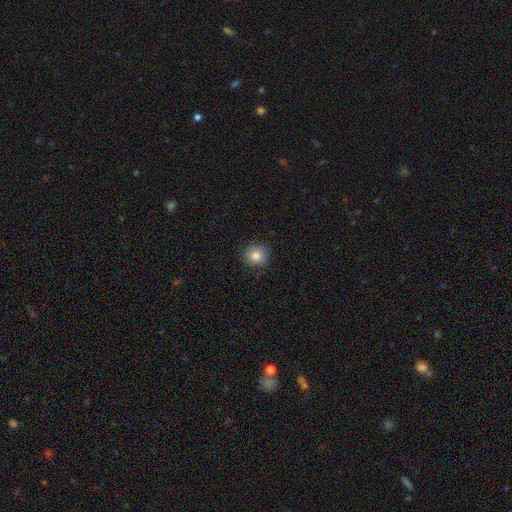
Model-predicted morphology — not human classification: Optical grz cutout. It shows a smooth galaxy with no disk features (81%) that is round (90%). Merging: none (87%).